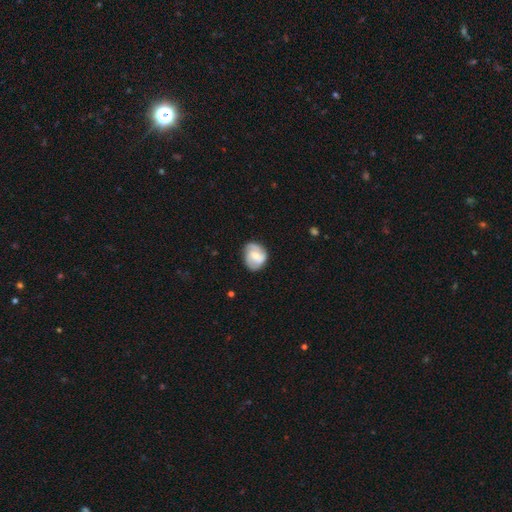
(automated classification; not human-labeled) Smooth or featured?
  - featured or disk: 56% *
  - smooth: 38%
  - star or artifact: 6%
Edge-on disk?
  - no: 97% *
  - yes: 3%
Bar?
  - no: 46% *
  - weak: 42%
  - strong: 12%
Spiral arms?
  - yes: 84% *
  - no: 16%
Bulge size?
  - moderate: 51% *
  - small: 42%
  - none: 3%
  - large: 3%
  - dominant: 1%
Merging?
  - none: 69% *
  - minor disturbance: 23%
  - major disturbance: 6%
  - merger: 1%